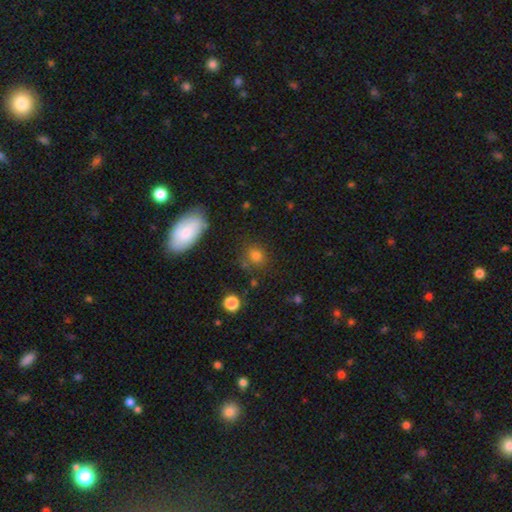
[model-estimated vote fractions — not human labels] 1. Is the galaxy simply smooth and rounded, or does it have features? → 76% smooth, 16% star or artifact, 8% featured or disk.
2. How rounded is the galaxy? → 75% round, 23% in between, 2% cigar-shaped.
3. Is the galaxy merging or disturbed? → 77% none, 12% minor disturbance, 6% merger, 4% major disturbance.